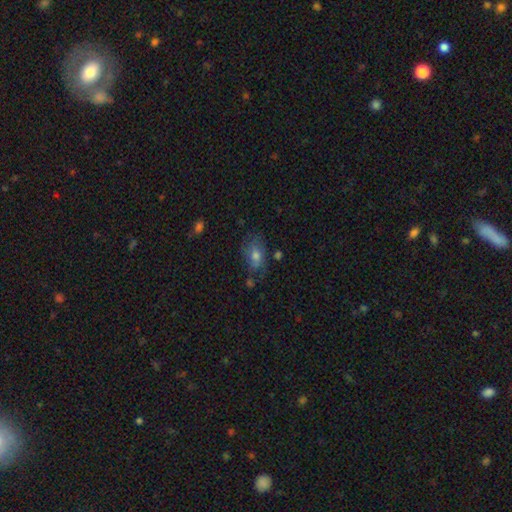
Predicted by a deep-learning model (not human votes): Smooth or featured? smooth (58%)
How rounded? in between (81%)
Merging? none (58%)